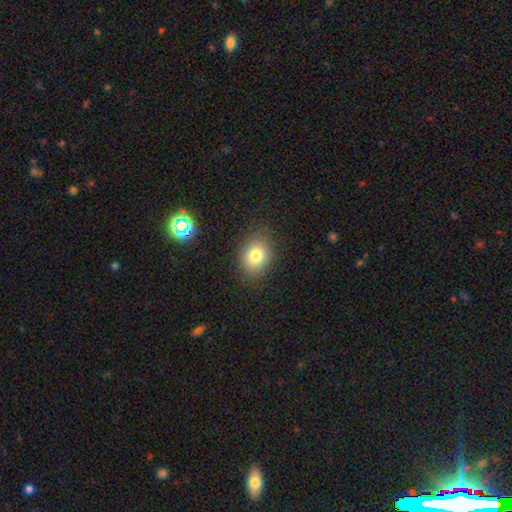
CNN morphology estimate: Smooth or featured: smooth — 78% (star or artifact — 12%)
How rounded: in between — 57% (round — 42%)
Merging: none — 84% (minor disturbance — 11%)